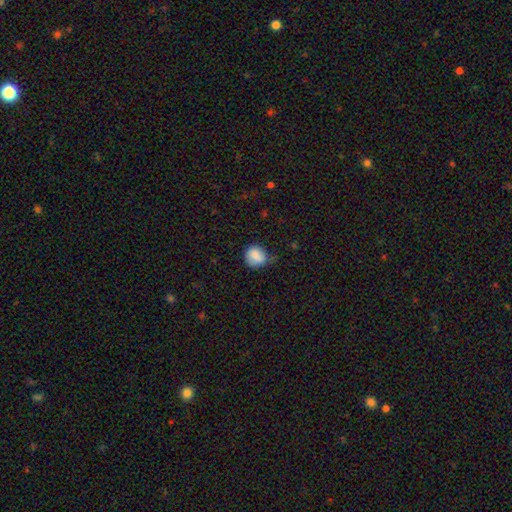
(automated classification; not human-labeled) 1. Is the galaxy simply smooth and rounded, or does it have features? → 85% smooth, 8% star or artifact, 7% featured or disk.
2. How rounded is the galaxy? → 76% round, 23% in between, 1% cigar-shaped.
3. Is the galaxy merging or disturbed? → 54% none, 34% minor disturbance, 9% major disturbance, 2% merger.